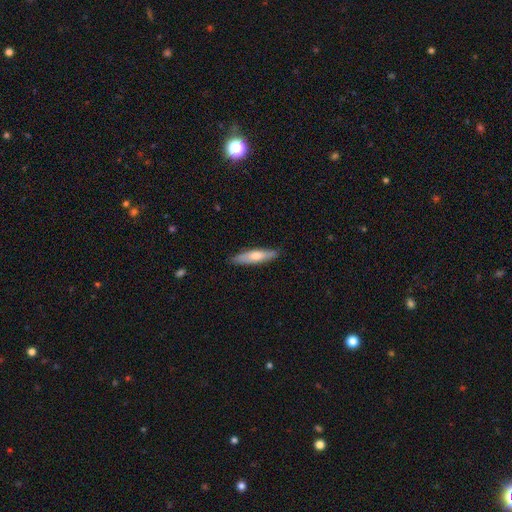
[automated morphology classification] smooth-or-featured: smooth: 58% | featured or disk: 36% | star or artifact: 6%
  how-rounded: cigar-shaped: 79% | in between: 19% | round: 2%
  merging: none: 87% | minor disturbance: 10% | major disturbance: 2% | merger: 1%